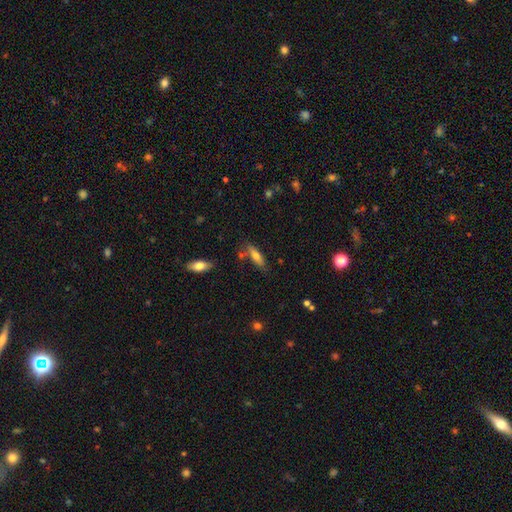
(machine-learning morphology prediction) A smooth galaxy with no disk features (68%) that is in between round and cigar-shaped (51%).

Vote fractions:
- Smooth or featured? smooth: 68% / featured or disk: 25% / star or artifact: 7%
- How rounded? in between: 51% / cigar-shaped: 47% / round: 2%
- Merging? none: 68% / minor disturbance: 18% / merger: 9% / major disturbance: 5%